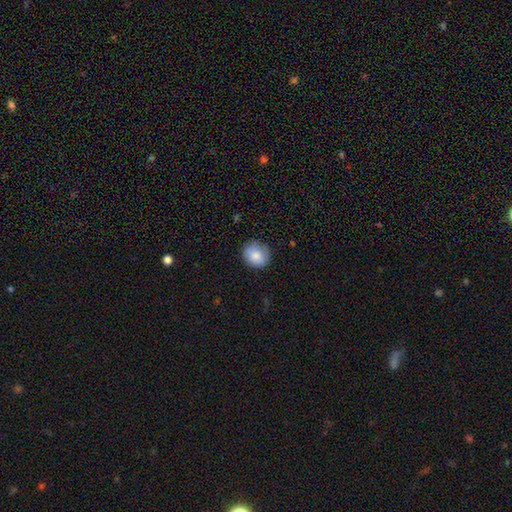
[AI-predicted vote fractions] Smooth or featured: smooth — 85% (star or artifact — 8%)
How rounded: round — 77% (in between — 22%)
Merging: none — 80% (minor disturbance — 16%)